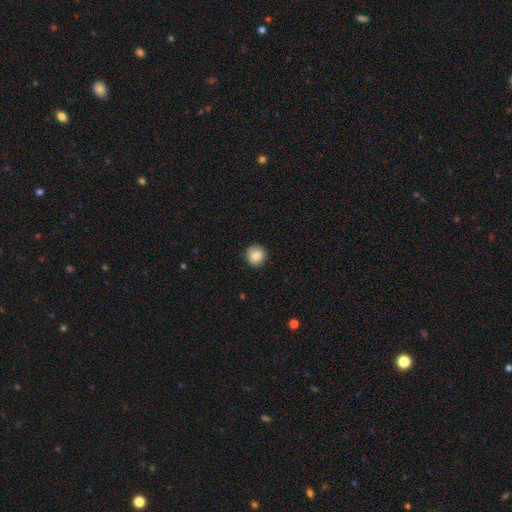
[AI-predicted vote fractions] Morphology: type=smooth (86%); roundness=round (93%); merging=none (89%).